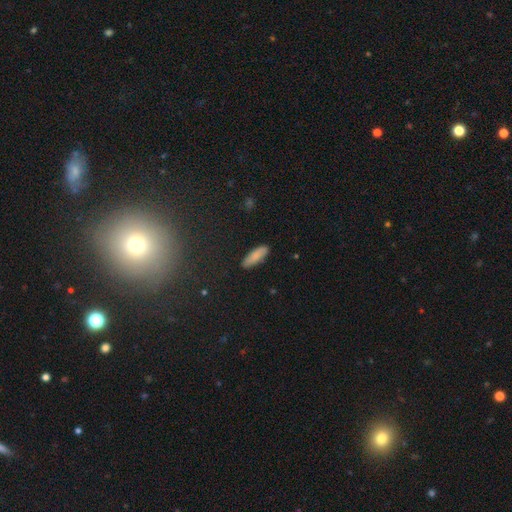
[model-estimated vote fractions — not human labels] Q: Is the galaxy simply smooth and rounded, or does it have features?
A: smooth — 83%.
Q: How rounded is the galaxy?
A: in between — 50%.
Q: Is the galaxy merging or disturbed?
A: none — 88%.